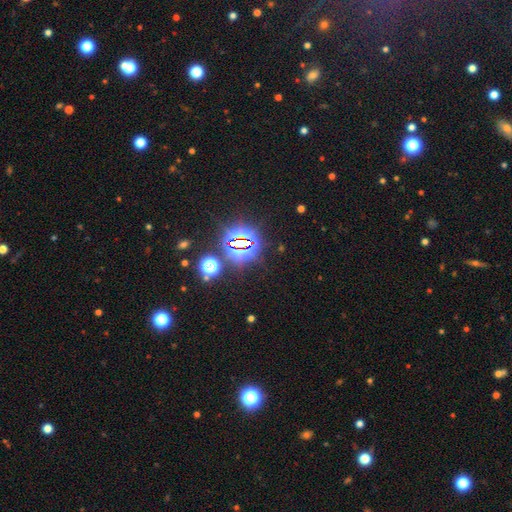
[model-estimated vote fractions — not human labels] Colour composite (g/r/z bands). It shows a star or artifact, not a galaxy (80%).